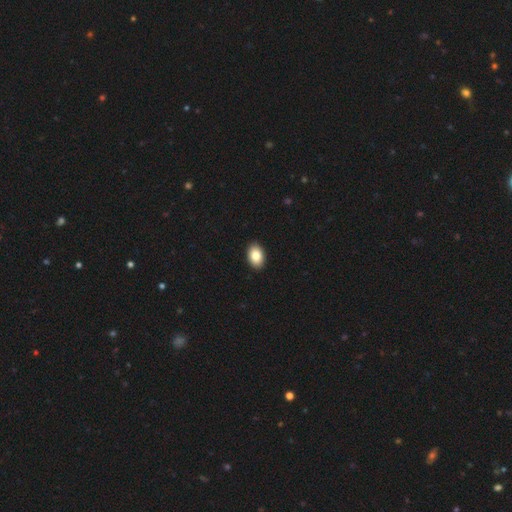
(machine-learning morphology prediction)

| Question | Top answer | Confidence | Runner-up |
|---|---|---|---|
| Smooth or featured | smooth | 85% | featured or disk (8%) |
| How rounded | in between | 88% | round (11%) |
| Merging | none | 92% | minor disturbance (6%) |